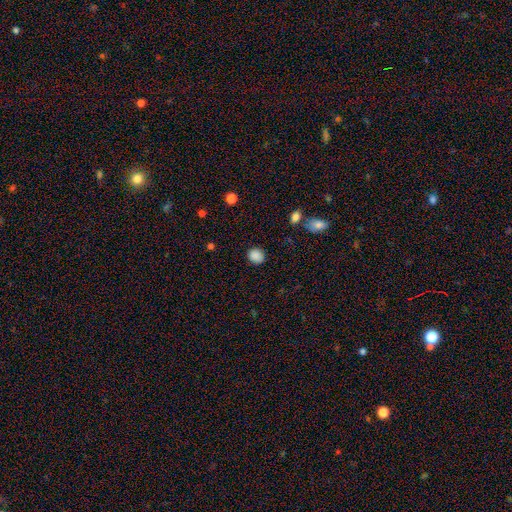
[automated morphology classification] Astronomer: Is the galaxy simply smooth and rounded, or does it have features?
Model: smooth — 87%.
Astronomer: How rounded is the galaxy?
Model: round — 74%.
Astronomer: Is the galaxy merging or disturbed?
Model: none — 87%.